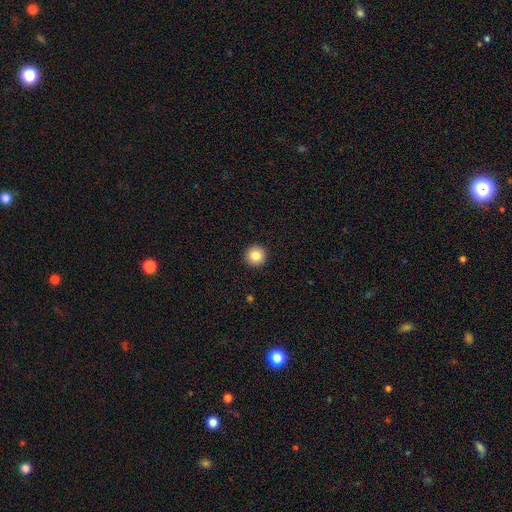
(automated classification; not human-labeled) Smooth or featured? Predicted: smooth (p=0.84). How rounded? Predicted: round (p=0.96). Merging? Predicted: none (p=0.93).